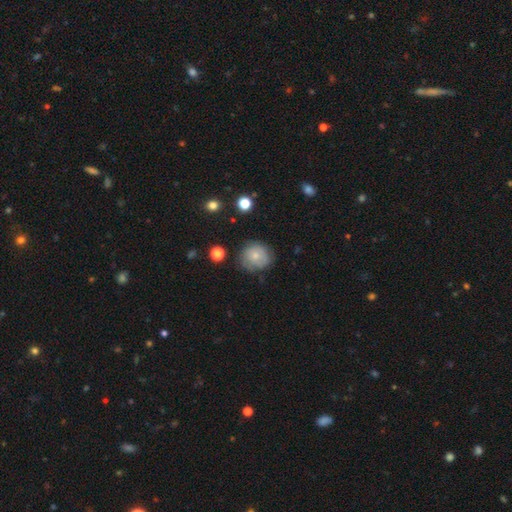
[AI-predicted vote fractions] Q: Smooth or featured?
A: smooth (69%); runner-up: featured or disk (22%)
Q: How rounded?
A: round (85%); runner-up: in between (14%)
Q: Merging?
A: none (69%); runner-up: minor disturbance (22%)